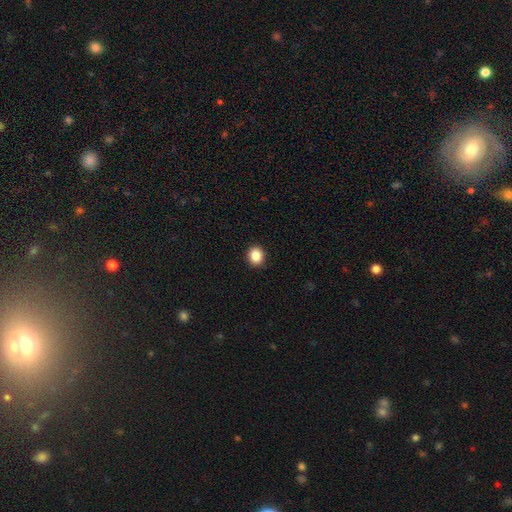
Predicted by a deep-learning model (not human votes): Q: Smooth or featured?
A: smooth (87%); runner-up: star or artifact (10%)
Q: How rounded?
A: round (75%); runner-up: in between (24%)
Q: Merging?
A: none (92%); runner-up: minor disturbance (6%)